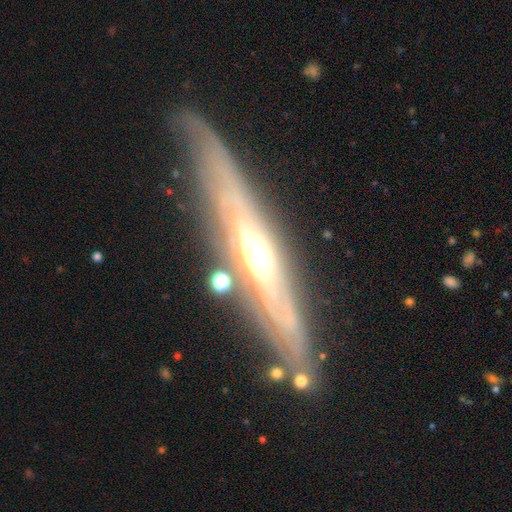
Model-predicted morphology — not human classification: smooth-or-featured: featured or disk: 81% | smooth: 13% | star or artifact: 6%
  disk-edge-on: yes: 72% | no: 28%
    edge-on-bulge: rounded: 81% | none: 15% | boxy: 4%
  merging: none: 79% | minor disturbance: 14% | major disturbance: 5% | merger: 2%